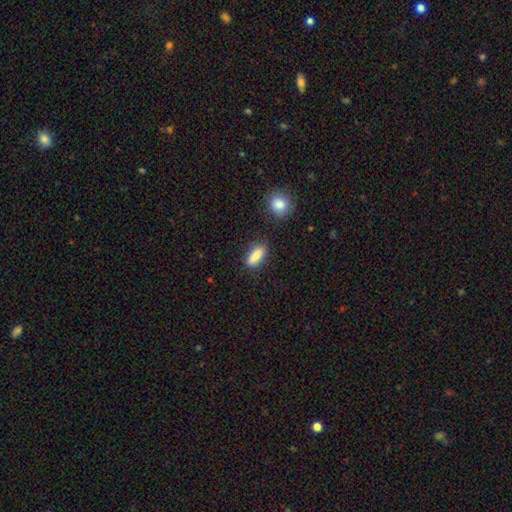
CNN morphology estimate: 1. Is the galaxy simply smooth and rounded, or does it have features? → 86% smooth, 7% star or artifact, 7% featured or disk.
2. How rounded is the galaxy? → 62% in between, 35% cigar-shaped, 4% round.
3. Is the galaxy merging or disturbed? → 80% none, 13% minor disturbance, 4% merger, 3% major disturbance.